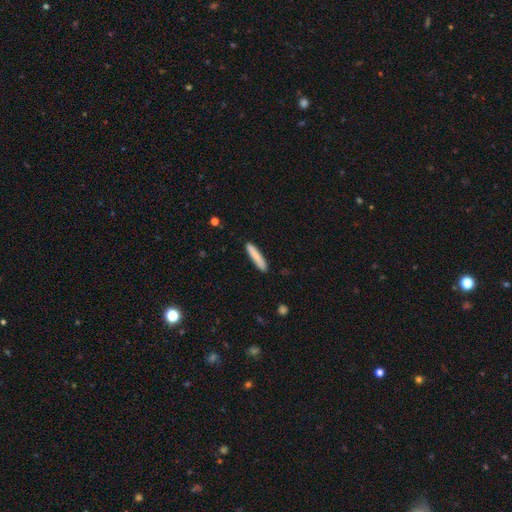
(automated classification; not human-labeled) smooth_or_featured: smooth (p=0.84) [alt: featured or disk p=0.10]
how_rounded: cigar-shaped (p=0.91) [alt: in between p=0.08]
merging: none (p=0.89) [alt: minor disturbance p=0.08]